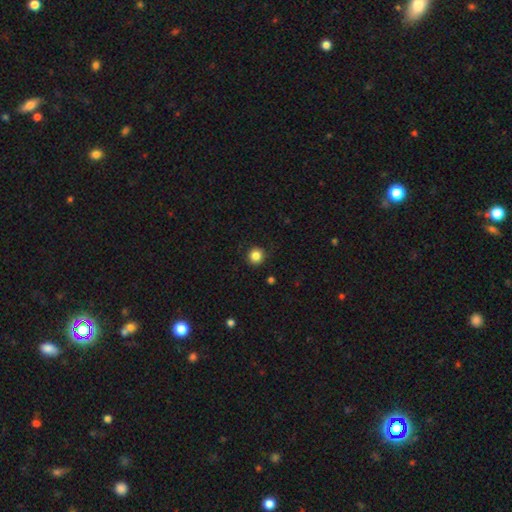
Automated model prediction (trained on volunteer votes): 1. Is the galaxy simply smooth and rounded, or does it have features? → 86% smooth, 11% star or artifact, 4% featured or disk.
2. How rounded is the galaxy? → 94% round, 5% in between, 1% cigar-shaped.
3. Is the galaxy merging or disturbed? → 91% none, 6% minor disturbance, 2% major disturbance, 1% merger.